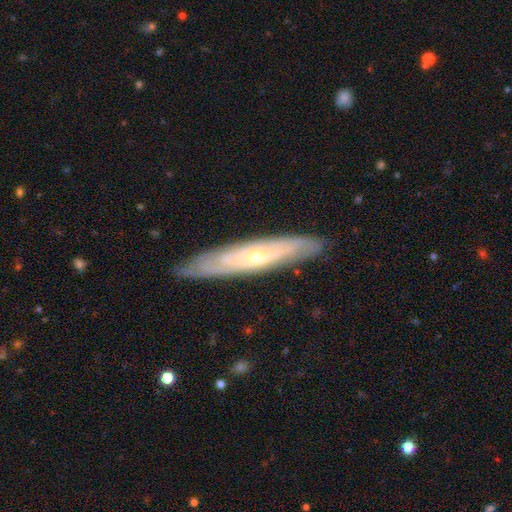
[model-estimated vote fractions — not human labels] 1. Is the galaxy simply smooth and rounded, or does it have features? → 71% featured or disk, 23% smooth, 6% star or artifact.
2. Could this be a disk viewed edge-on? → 51% yes, 49% no.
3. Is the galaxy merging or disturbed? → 85% none, 11% minor disturbance, 2% major disturbance, 1% merger.